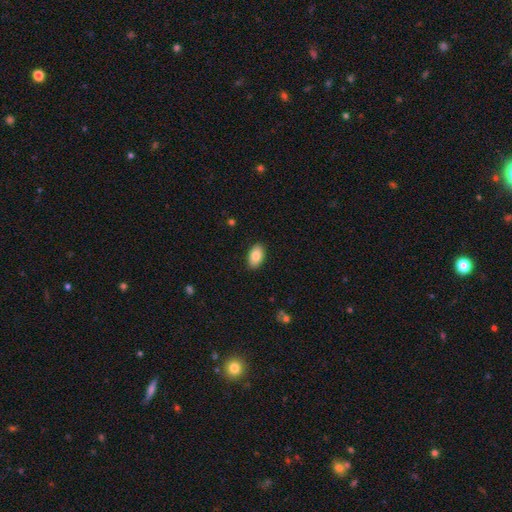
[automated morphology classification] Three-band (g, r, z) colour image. It shows a smooth galaxy with no disk features (85%) that is in between round and cigar-shaped (94%). Merging: none (89%).